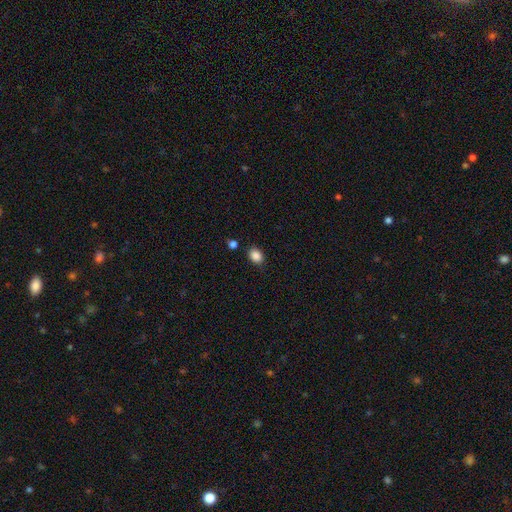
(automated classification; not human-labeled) Smooth or featured? smooth (87%)
How rounded? in between (72%)
Merging? none (83%)